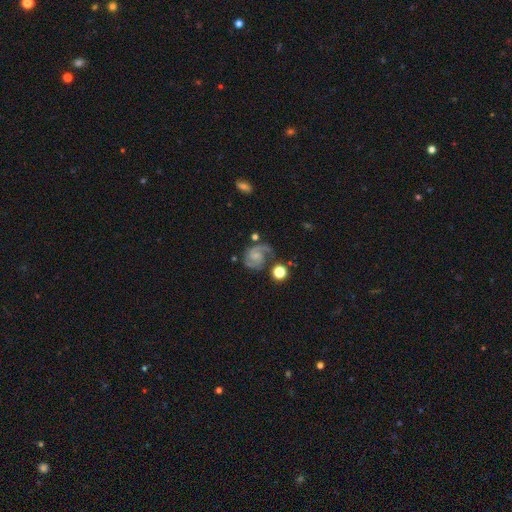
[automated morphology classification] Q: Smooth or featured?
A: featured or disk (86%); runner-up: smooth (8%)
Q: Edge-on disk?
A: no (98%); runner-up: yes (2%)
Q: Bar?
A: no (63%); runner-up: weak (31%)
Q: Spiral arms?
A: yes (97%); runner-up: no (3%)
Q: Spiral winding?
A: medium (50%); runner-up: tight (38%)
Q: Spiral arm count?
A: 2 (84%); runner-up: 1 (5%)
Q: Bulge size?
A: small (61%); runner-up: moderate (20%)
Q: Merging?
A: none (65%); runner-up: minor disturbance (19%)